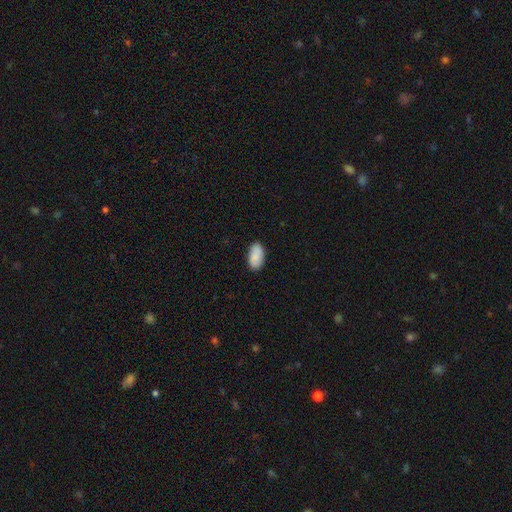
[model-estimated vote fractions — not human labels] smooth-or-featured: smooth: 89% | star or artifact: 6% | featured or disk: 5%
  how-rounded: in between: 95% | round: 3% | cigar-shaped: 2%
  merging: none: 86% | minor disturbance: 11% | major disturbance: 2% | merger: 1%